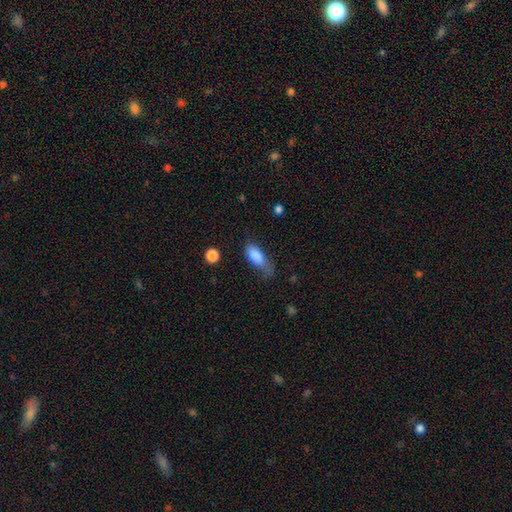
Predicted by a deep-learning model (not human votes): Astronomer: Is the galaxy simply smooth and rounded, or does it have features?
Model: smooth — 84%.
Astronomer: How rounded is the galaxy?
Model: in between — 78%.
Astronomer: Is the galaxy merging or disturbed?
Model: minor disturbance — 38% (runner-up: none, 35%).